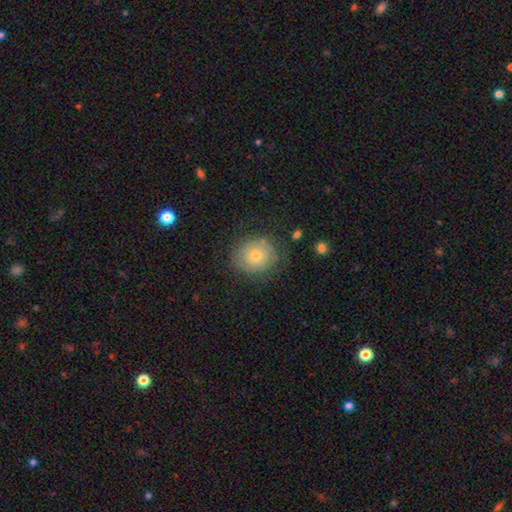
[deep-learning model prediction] Morphology: type=smooth (60%); roundness=round (81%); merging=none (74%).